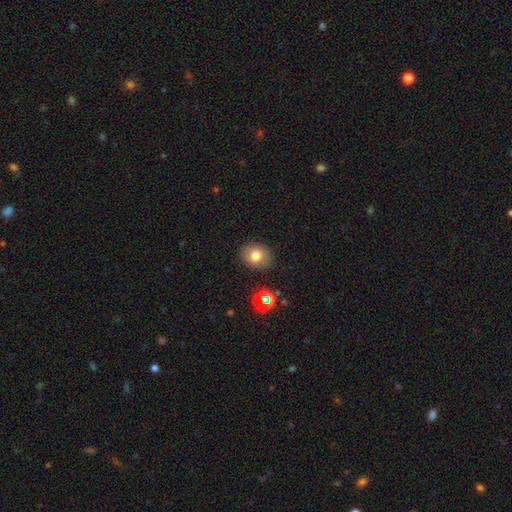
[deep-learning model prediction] Q: Smooth or featured?
A: smooth (76%); runner-up: star or artifact (13%)
Q: How rounded?
A: round (65%); runner-up: in between (34%)
Q: Merging?
A: none (86%); runner-up: minor disturbance (9%)